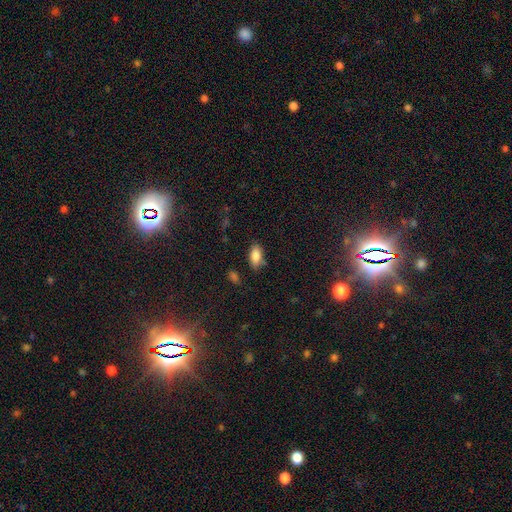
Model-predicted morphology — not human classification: This is clearly a smooth galaxy (84%). How rounded: clearly in between (90%). Merging: likely none (78%).